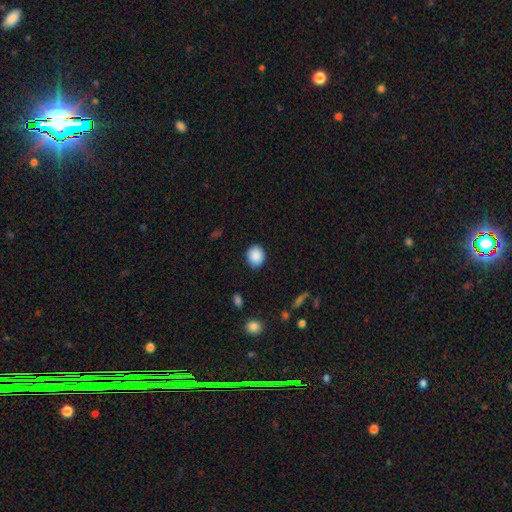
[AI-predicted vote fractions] Smooth or featured? smooth (89%)
How rounded? round (68%)
Merging? none (87%)